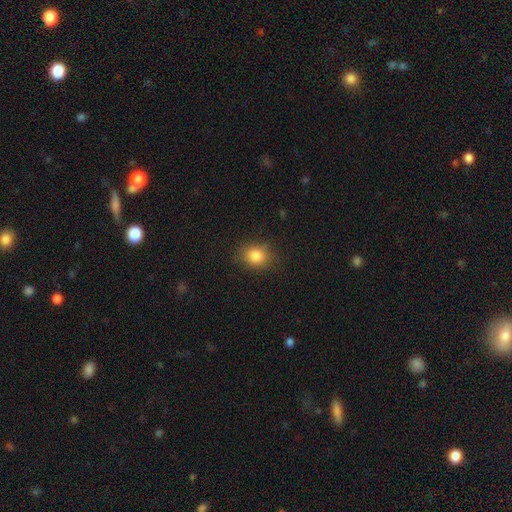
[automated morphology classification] Smooth or featured? smooth (84%)
How rounded? round (61%)
Merging? none (82%)